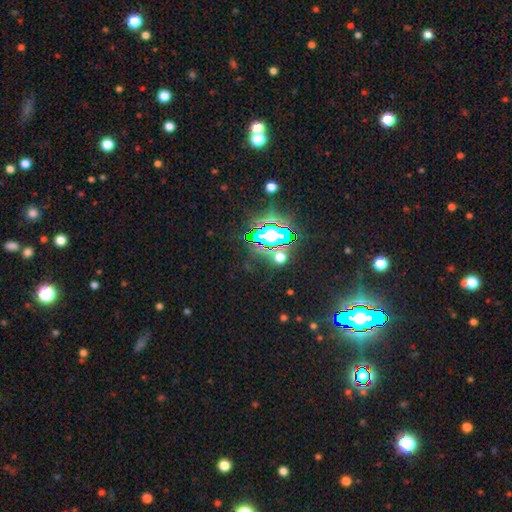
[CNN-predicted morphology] A star or artifact, not a galaxy (82%).